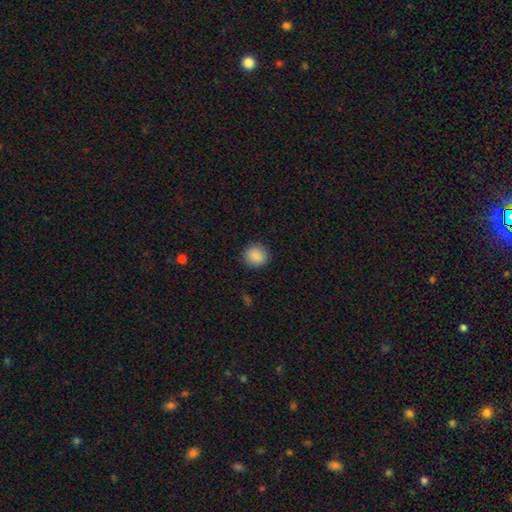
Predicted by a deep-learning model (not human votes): smooth_or_featured: smooth (p=0.88) [alt: star or artifact p=0.08]
how_rounded: round (p=0.89) [alt: in between p=0.10]
merging: none (p=0.90) [alt: minor disturbance p=0.06]